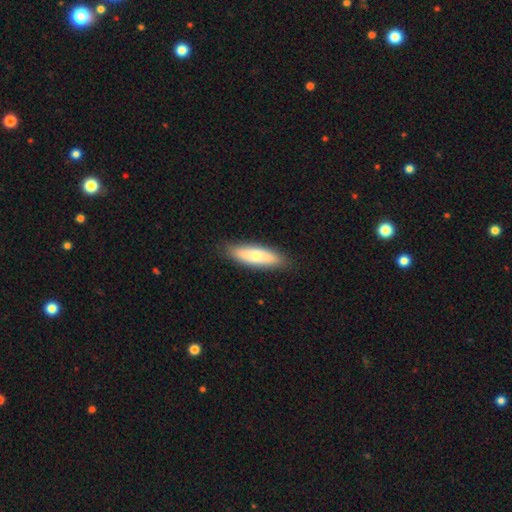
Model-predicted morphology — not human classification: A smooth galaxy with no disk features (70%) that is cigar-shaped (53%).

Vote fractions:
- Smooth or featured? smooth: 70% / featured or disk: 24% / star or artifact: 5%
- How rounded? cigar-shaped: 53% / in between: 45% / round: 2%
- Merging? none: 86% / minor disturbance: 11% / major disturbance: 2% / merger: 1%